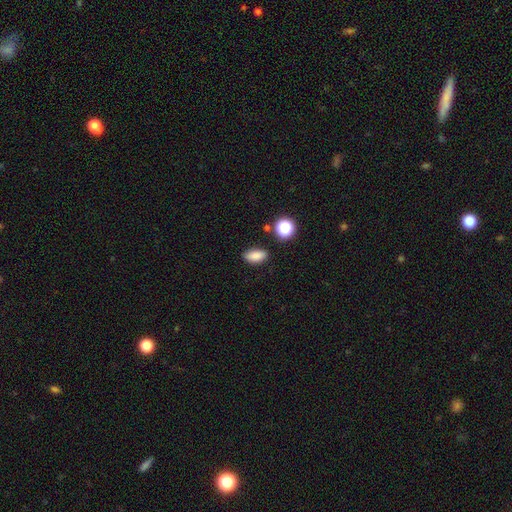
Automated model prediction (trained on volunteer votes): smooth_or_featured: smooth (p=0.84) [alt: star or artifact p=0.10]
how_rounded: in between (p=0.84) [alt: cigar-shaped p=0.08]
merging: none (p=0.84) [alt: minor disturbance p=0.11]